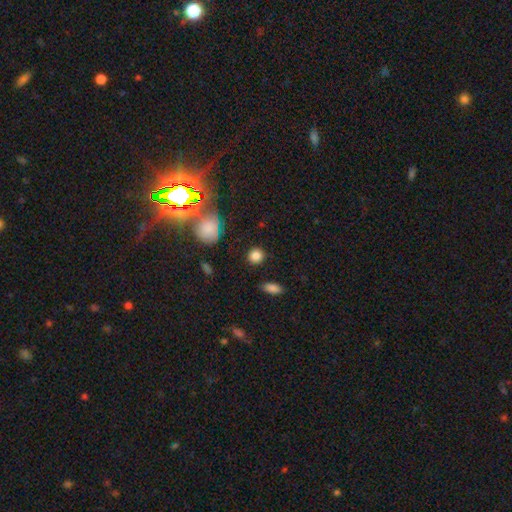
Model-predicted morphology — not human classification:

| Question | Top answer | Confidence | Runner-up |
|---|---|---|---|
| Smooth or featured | smooth | 85% | star or artifact (11%) |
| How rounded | round | 88% | in between (10%) |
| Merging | none | 88% | minor disturbance (8%) |